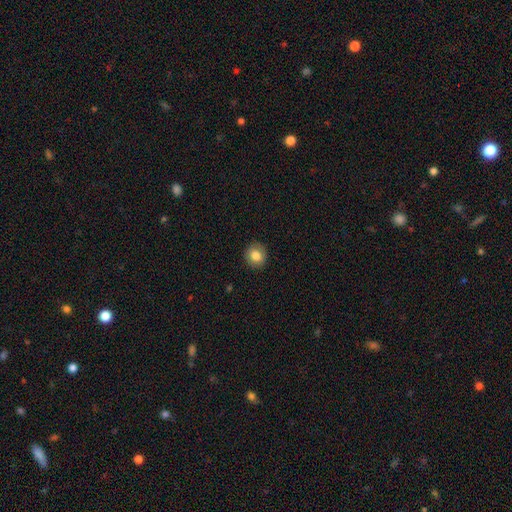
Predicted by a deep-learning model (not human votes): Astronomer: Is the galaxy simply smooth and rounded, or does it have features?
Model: smooth — 83%.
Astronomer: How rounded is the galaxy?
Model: round — 86%.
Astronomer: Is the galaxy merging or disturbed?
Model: none — 90%.